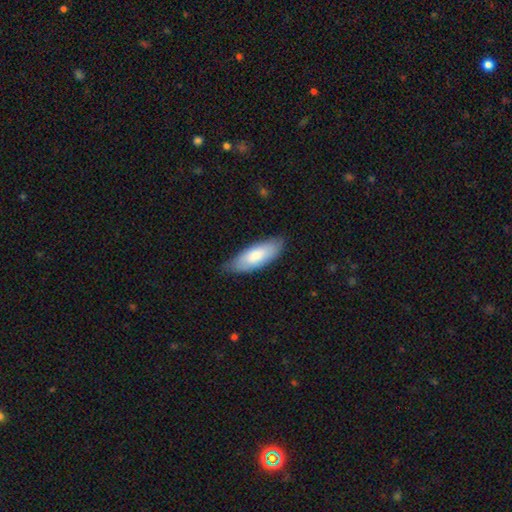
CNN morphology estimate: This is likely a smooth galaxy (78%). How rounded: likely in between (72%). Merging: likely none (75%).